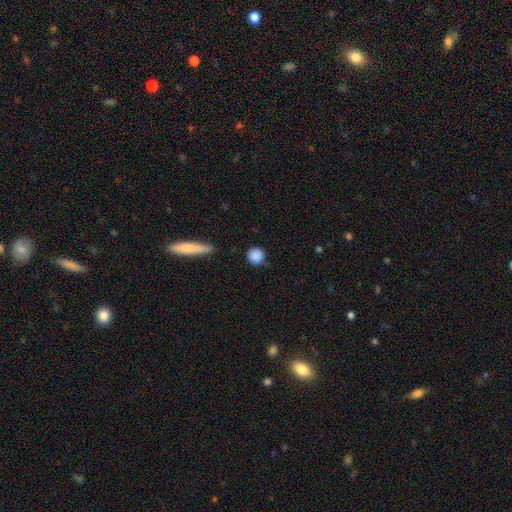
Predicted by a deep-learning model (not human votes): Q: Smooth or featured?
A: smooth (88%); runner-up: star or artifact (8%)
Q: How rounded?
A: round (92%); runner-up: in between (6%)
Q: Merging?
A: none (87%); runner-up: minor disturbance (9%)